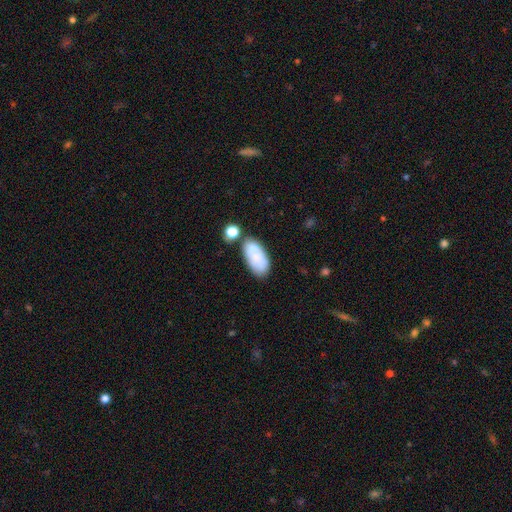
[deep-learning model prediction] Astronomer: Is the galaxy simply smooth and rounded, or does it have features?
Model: smooth — 75%.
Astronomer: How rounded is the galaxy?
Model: in between — 92%.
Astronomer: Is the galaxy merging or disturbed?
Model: none — 57%.